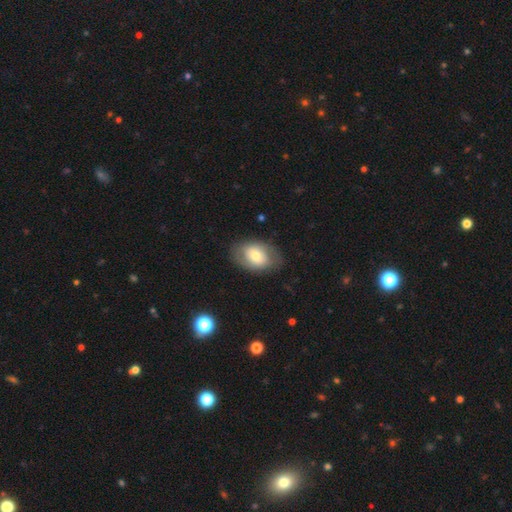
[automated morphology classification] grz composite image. It shows a smooth galaxy with no disk features (61%) that is in between round and cigar-shaped (80%). Merging: none (77%).